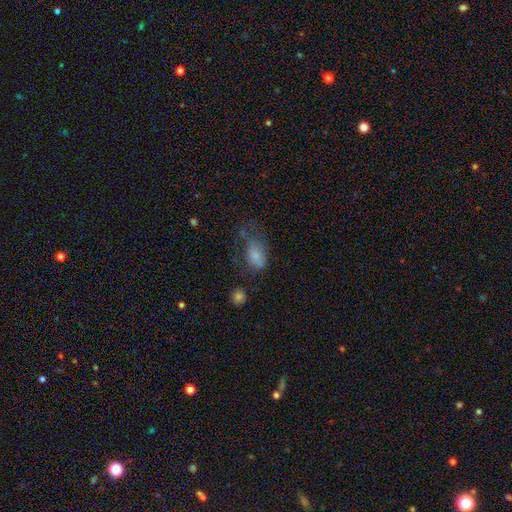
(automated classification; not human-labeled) Q: Smooth or featured?
A: smooth (73%); runner-up: featured or disk (16%)
Q: How rounded?
A: in between (86%); runner-up: round (11%)
Q: Merging?
A: none (33%); runner-up: major disturbance (28%)